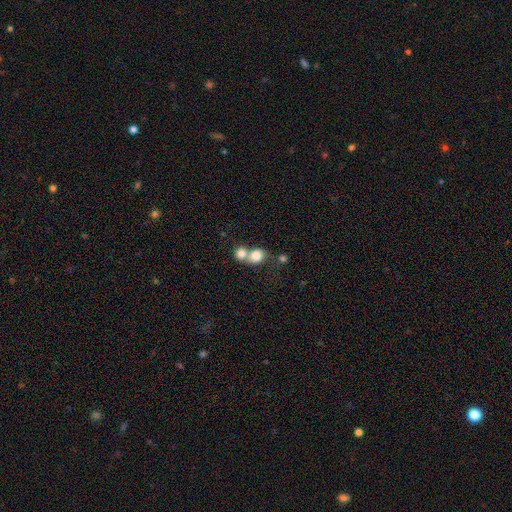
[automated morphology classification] Overall: smooth (79%). How rounded: round (73%). Merging: merger (63%; none 27%).